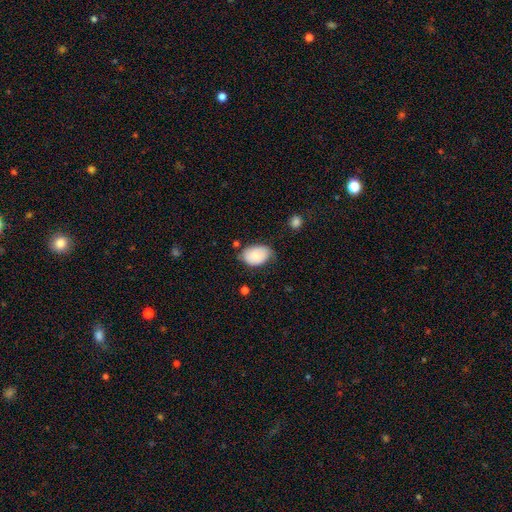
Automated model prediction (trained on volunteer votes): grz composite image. It shows a smooth galaxy with no disk features (80%) that is in between round and cigar-shaped (86%). Merging: none (62%).